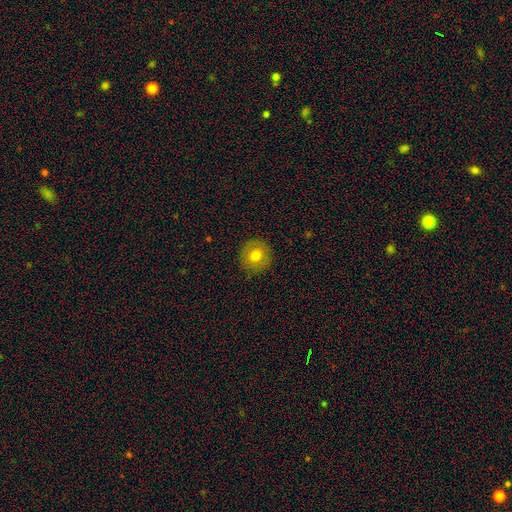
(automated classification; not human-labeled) Smooth or featured: smooth — 72% (featured or disk — 18%)
How rounded: round — 92% (in between — 7%)
Merging: none — 89% (minor disturbance — 8%)